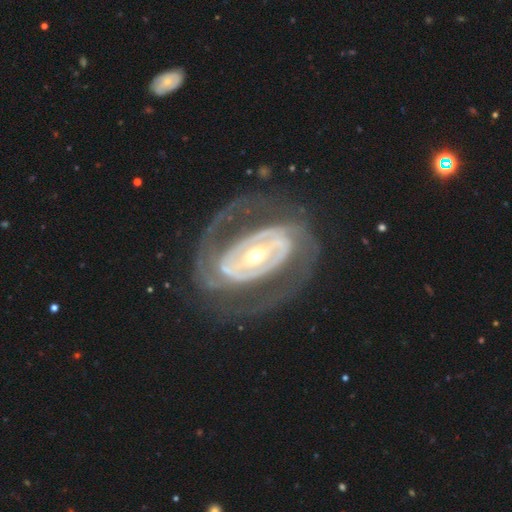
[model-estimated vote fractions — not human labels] Smooth or featured? featured or disk (88%)
Edge-on disk? no (95%)
Bar? strong (47%)
Spiral arms? yes (88%)
Spiral winding? tight (51%)
Spiral arm count? 2 (66%)
Bulge size? small (56%)
Merging? none (67%)